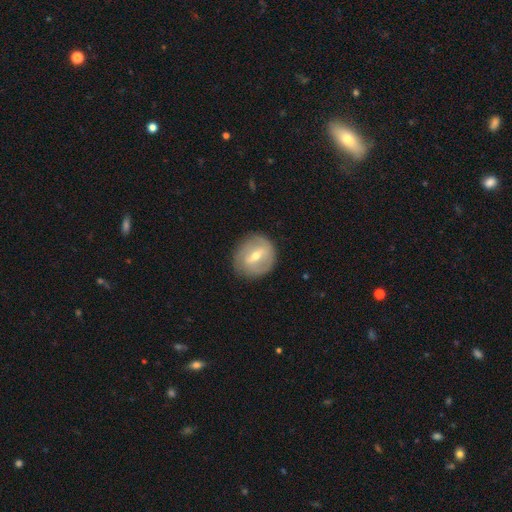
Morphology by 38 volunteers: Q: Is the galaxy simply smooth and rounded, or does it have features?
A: featured or disk — 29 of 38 (76%).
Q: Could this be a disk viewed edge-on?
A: no — 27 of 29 (93%).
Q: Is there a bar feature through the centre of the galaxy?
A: strong — 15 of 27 (56%).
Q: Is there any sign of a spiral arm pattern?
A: yes — 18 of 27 (67%).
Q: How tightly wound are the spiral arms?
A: tight — 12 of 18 (67%).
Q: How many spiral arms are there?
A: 2 — 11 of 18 (61%).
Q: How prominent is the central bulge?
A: moderate — 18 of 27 (67%).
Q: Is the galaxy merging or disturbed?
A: none — 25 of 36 (69%).